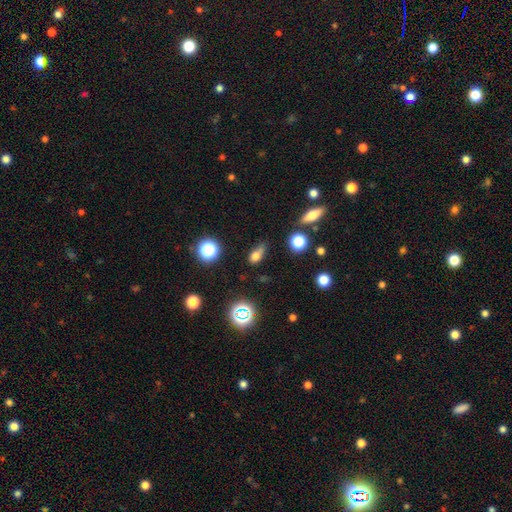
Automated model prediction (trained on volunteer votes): The model was most divided on "merging": none: 45%, minor disturbance: 29%, major disturbance: 13%, merger: 13%. More confident: smooth or featured — smooth (71%); how rounded — in between (68%).